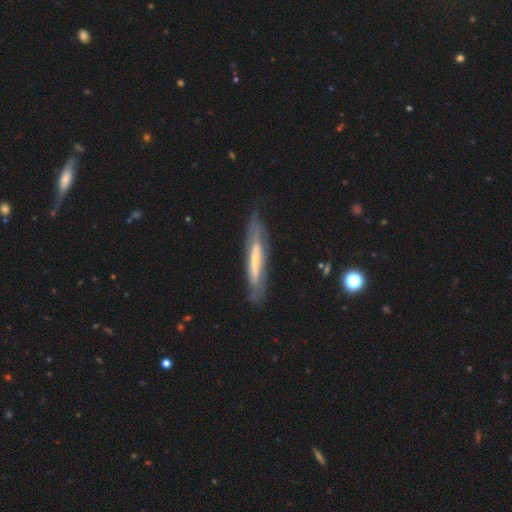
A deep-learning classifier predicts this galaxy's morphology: Q: Smooth or featured?
A: featured or disk (62%); runner-up: smooth (31%)
Q: Edge-on disk?
A: yes (71%); runner-up: no (29%)
Q: Merging?
A: none (79%); runner-up: minor disturbance (16%)